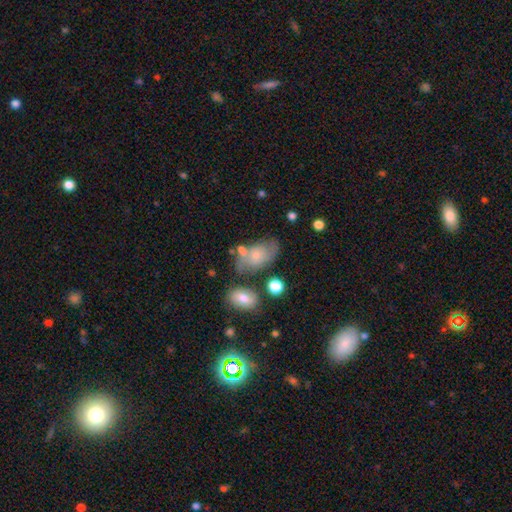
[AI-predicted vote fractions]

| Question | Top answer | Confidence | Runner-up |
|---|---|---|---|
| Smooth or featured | smooth | 62% | featured or disk (28%) |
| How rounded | in between | 87% | round (11%) |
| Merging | none | 47% | minor disturbance (26%) |